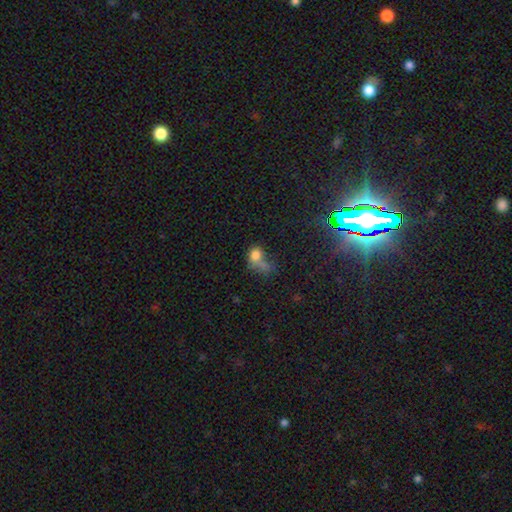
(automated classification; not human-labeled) Smooth or featured? Predicted: smooth (p=0.72). How rounded? Predicted: in between (p=0.53). Merging? Predicted: merger (p=0.38).